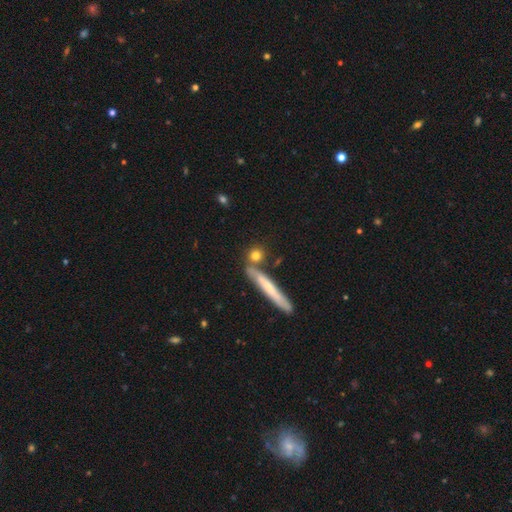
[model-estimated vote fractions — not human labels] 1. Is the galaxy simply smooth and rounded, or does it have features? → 75% smooth, 17% featured or disk, 9% star or artifact.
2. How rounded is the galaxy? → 65% round, 23% cigar-shaped, 12% in between.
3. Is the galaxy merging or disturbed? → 71% none, 15% merger, 11% minor disturbance, 3% major disturbance.